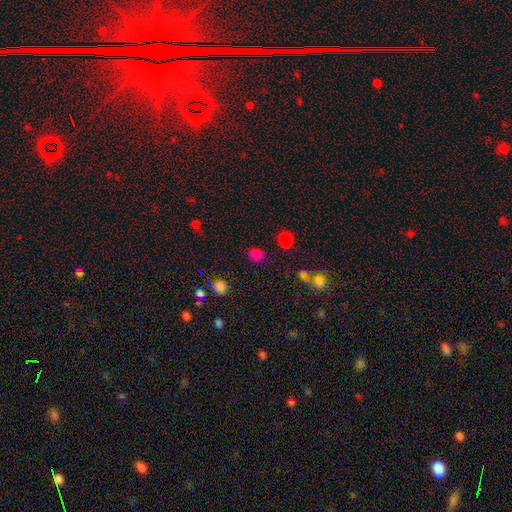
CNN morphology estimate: Smooth or featured: smooth — 77% (star or artifact — 18%)
How rounded: in between — 51% (round — 48%)
Merging: none — 79% (minor disturbance — 13%)